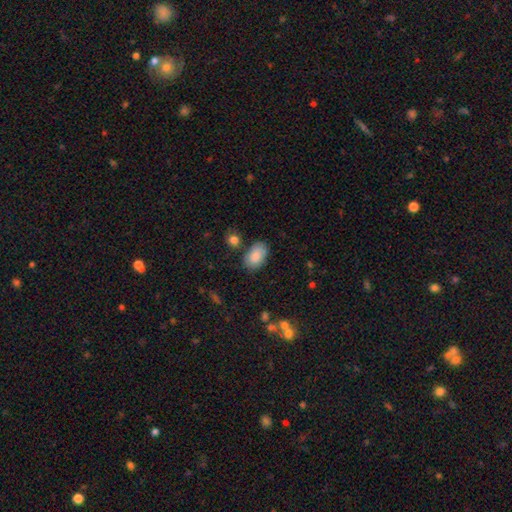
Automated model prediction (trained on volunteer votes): A smooth galaxy with no disk features (85%) that is in between round and cigar-shaped (92%). Merging: none (74%).